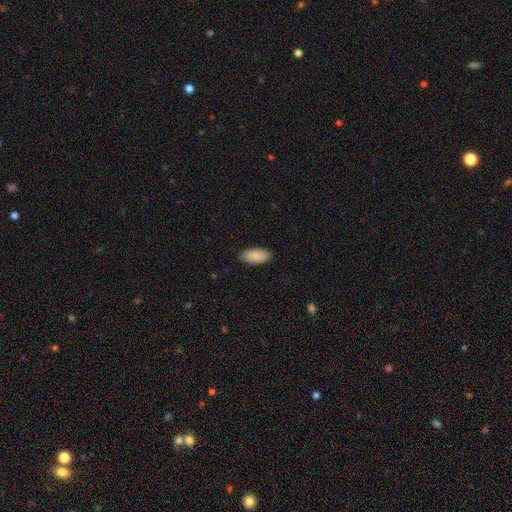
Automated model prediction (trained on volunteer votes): Q: Smooth or featured?
A: smooth (90%); runner-up: star or artifact (6%)
Q: How rounded?
A: in between (93%); runner-up: cigar-shaped (6%)
Q: Merging?
A: none (89%); runner-up: minor disturbance (8%)